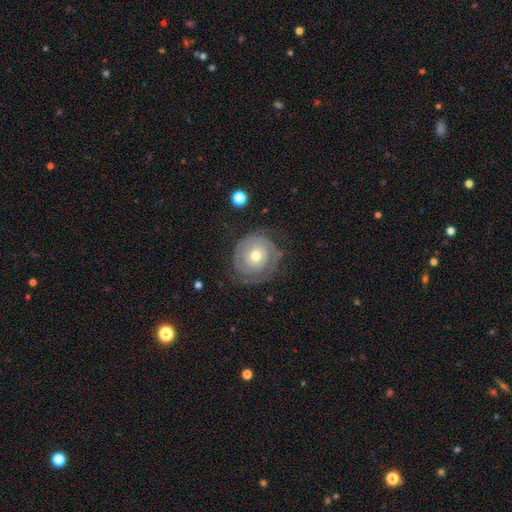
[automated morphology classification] Smooth or featured? featured or disk (77%)
Edge-on disk? no (98%)
Bar? no (82%)
Spiral arms? yes (87%)
Spiral winding? tight (77%)
Spiral arm count? 2 (45%)
Bulge size? moderate (61%)
Merging? none (70%)